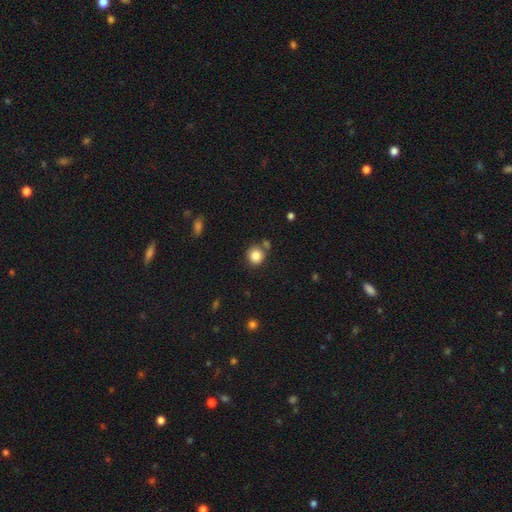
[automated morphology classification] smooth 84%, star or artifact 10%, featured or disk 6%. Down the decision tree: how rounded — round (87%); merging — none (75%).